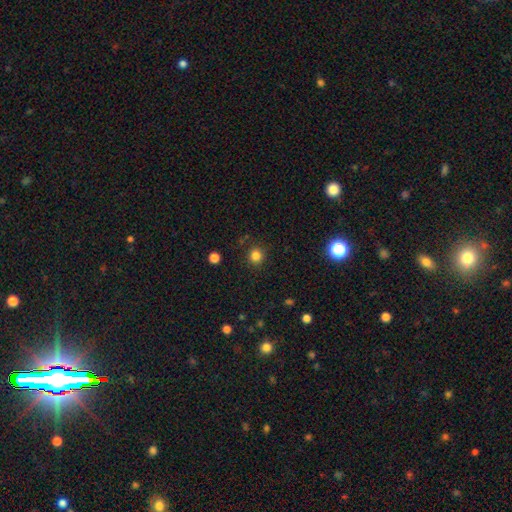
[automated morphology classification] smooth 83%, star or artifact 13%, featured or disk 4%. Down the decision tree: how rounded — round (90%); merging — none (87%).